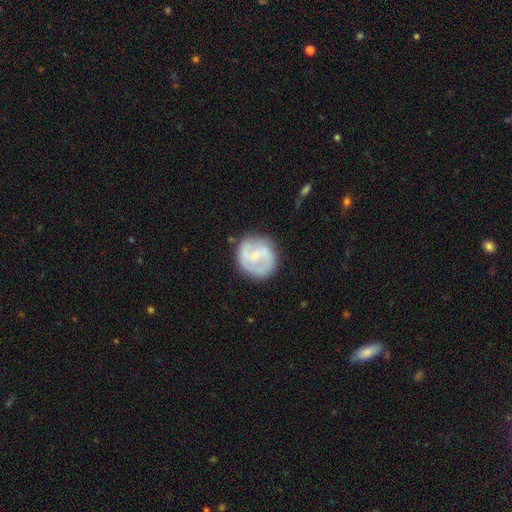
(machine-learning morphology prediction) This is possibly a featured or disk galaxy (54%). It is clearly not viewed edge-on (98%). Bar: possibly weak (46%). Spiral arm pattern: likely yes (70%). Central bulge: possibly small (51%). Merging: likely none (72%).